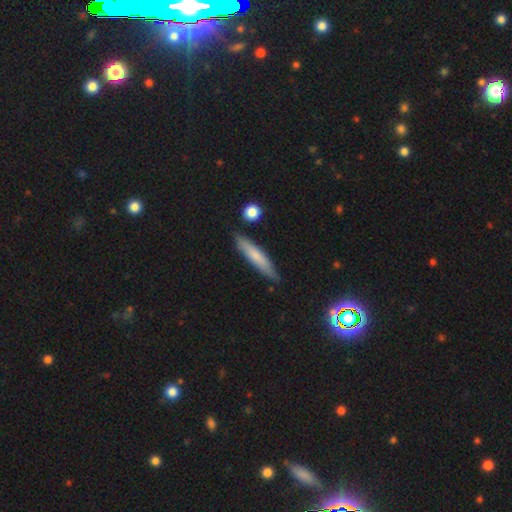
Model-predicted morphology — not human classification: Q: Smooth or featured?
A: smooth (69%); runner-up: featured or disk (25%)
Q: How rounded?
A: cigar-shaped (89%); runner-up: in between (10%)
Q: Merging?
A: none (84%); runner-up: minor disturbance (12%)